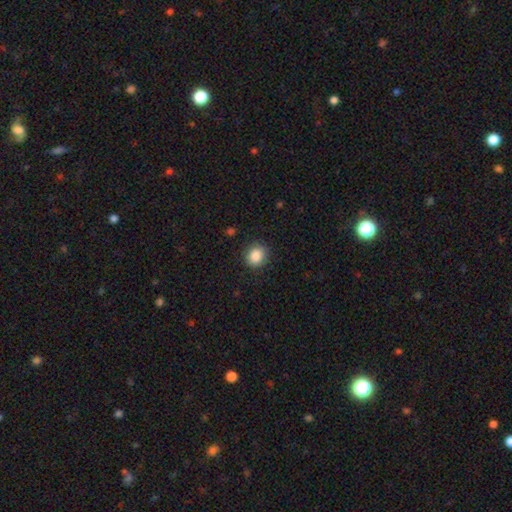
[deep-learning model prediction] Q: Smooth or featured?
A: smooth (87%); runner-up: star or artifact (9%)
Q: How rounded?
A: round (75%); runner-up: in between (24%)
Q: Merging?
A: none (87%); runner-up: minor disturbance (10%)